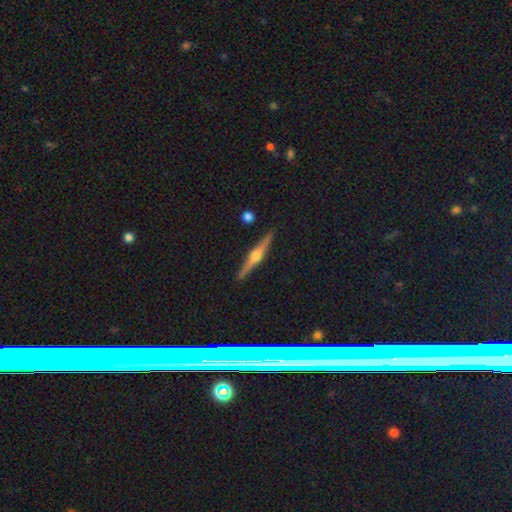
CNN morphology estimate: smooth-or-featured: featured or disk: 79% | smooth: 15% | star or artifact: 6%
  disk-edge-on: yes: 98% | no: 2%
    edge-on-bulge: rounded: 92% | boxy: 5% | none: 3%
  merging: none: 91% | minor disturbance: 6% | merger: 2% | major disturbance: 1%